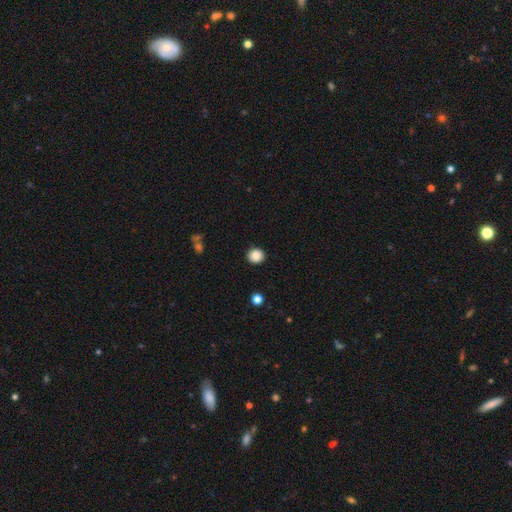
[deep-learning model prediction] A smooth galaxy with no disk features (87%) that is round (92%). Merging: none (91%).